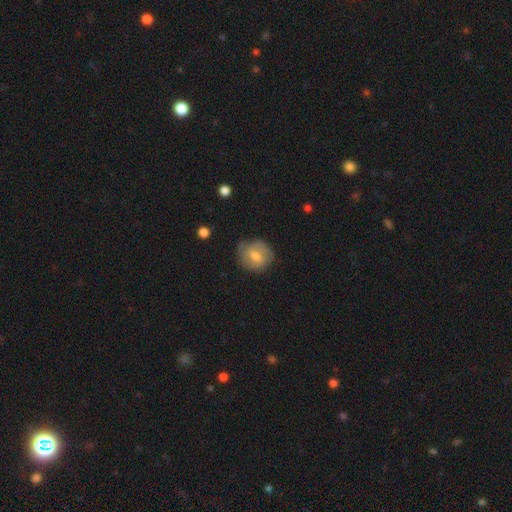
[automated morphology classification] Smooth or featured: smooth — 52% (featured or disk — 41%)
How rounded: round — 77% (in between — 22%)
Merging: none — 71% (minor disturbance — 21%)